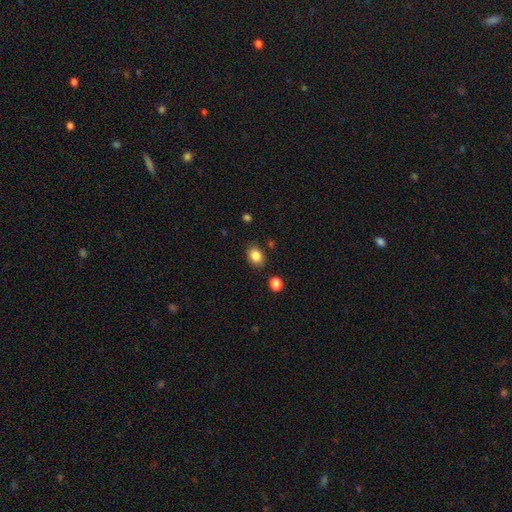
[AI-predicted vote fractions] A smooth galaxy with no disk features (85%) that is in between round and cigar-shaped (57%). Merging: none (83%).